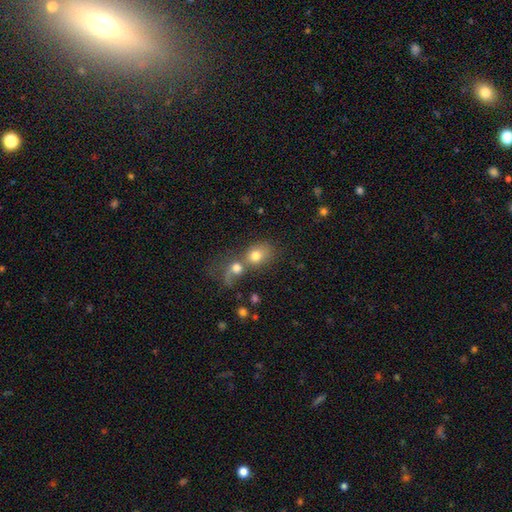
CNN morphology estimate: Smooth or featured?
  - smooth: 74% *
  - featured or disk: 15%
  - star or artifact: 12%
How rounded?
  - round: 54% *
  - in between: 44%
  - cigar-shaped: 1%
Merging?
  - merger: 59% *
  - none: 27%
  - major disturbance: 7%
  - minor disturbance: 7%